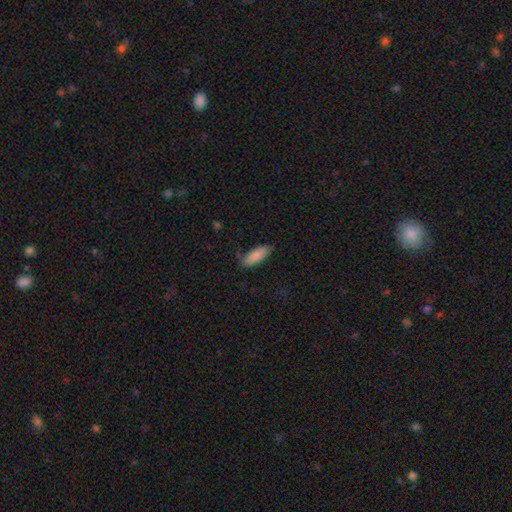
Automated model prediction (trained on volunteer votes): smooth-or-featured: smooth: 87% | featured or disk: 7% | star or artifact: 6%
  how-rounded: in between: 71% | cigar-shaped: 28% | round: 2%
  merging: none: 76% | minor disturbance: 19% | major disturbance: 4% | merger: 2%